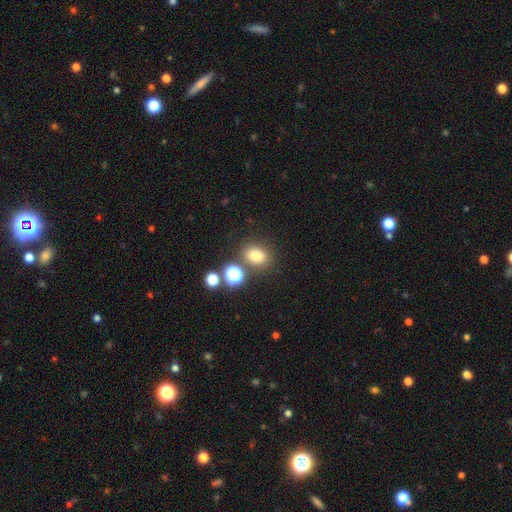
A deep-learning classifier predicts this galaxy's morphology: The model was most divided on "how rounded": in between: 53%, round: 46%, cigar-shaped: 1%. More confident: smooth or featured — smooth (76%); merging — none (74%).